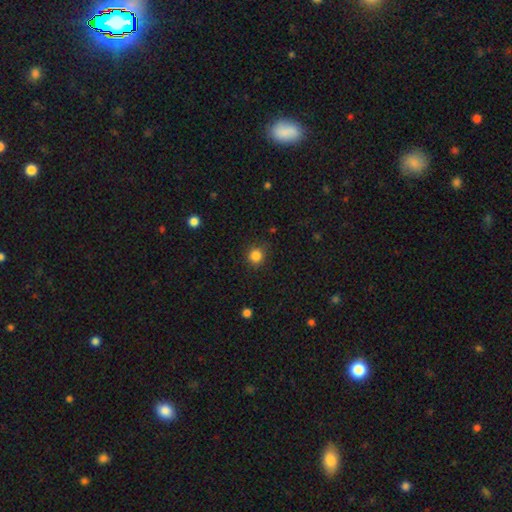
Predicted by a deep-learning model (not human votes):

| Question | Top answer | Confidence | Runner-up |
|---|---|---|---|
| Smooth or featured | smooth | 85% | star or artifact (12%) |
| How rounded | round | 92% | in between (7%) |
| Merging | none | 87% | minor disturbance (9%) |